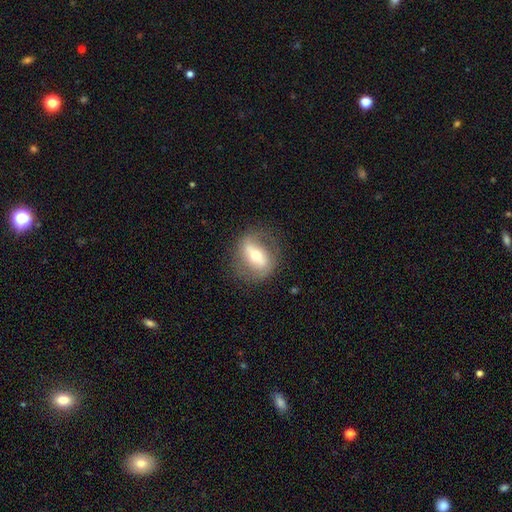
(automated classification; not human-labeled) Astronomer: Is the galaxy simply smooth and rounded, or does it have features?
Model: featured or disk — 58% (runner-up: smooth, 34%).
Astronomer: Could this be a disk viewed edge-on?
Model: no — 85%.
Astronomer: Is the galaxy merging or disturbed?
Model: none — 77%.